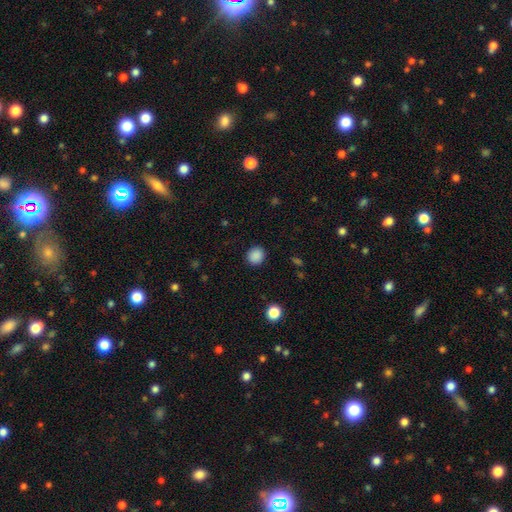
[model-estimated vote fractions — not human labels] A smooth galaxy with no disk features (88%) that is round (88%).

Vote fractions:
- Smooth or featured? smooth: 88% / star or artifact: 10% / featured or disk: 3%
- How rounded? round: 88% / in between: 11% / cigar-shaped: 1%
- Merging? none: 90% / minor disturbance: 6% / major disturbance: 2% / merger: 1%